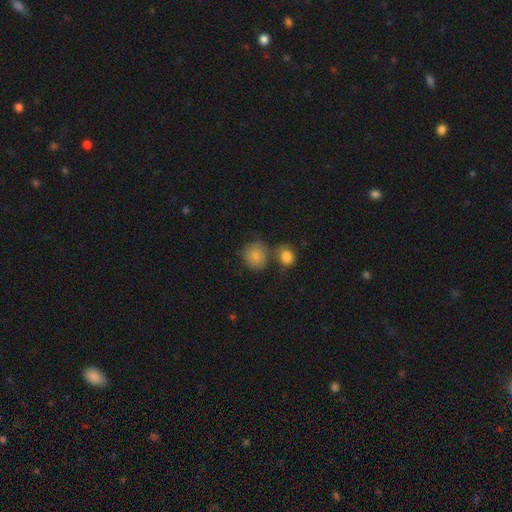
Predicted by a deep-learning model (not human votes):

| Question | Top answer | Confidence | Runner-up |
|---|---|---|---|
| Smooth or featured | smooth | 83% | star or artifact (8%) |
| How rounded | round | 83% | in between (16%) |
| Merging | none | 57% | merger (26%) |